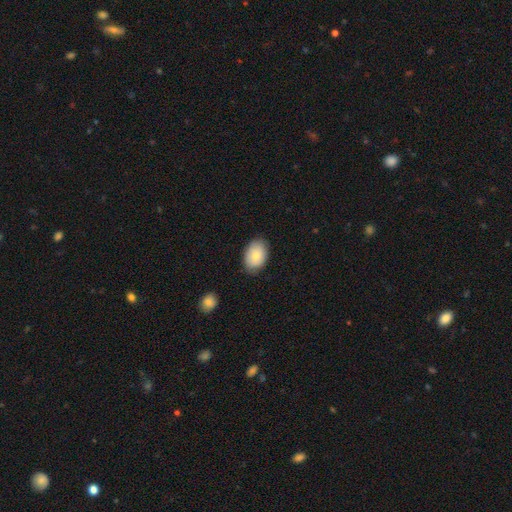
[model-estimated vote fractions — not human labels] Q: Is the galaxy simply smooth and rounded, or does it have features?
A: smooth — 78%.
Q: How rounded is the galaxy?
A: in between — 82%.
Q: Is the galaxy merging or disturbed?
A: none — 80%.